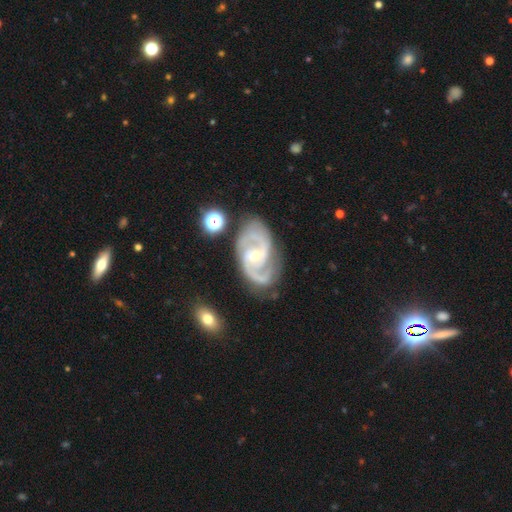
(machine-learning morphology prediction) Q: Smooth or featured?
A: featured or disk (92%); runner-up: star or artifact (4%)
Q: Edge-on disk?
A: no (97%); runner-up: yes (3%)
Q: Bar?
A: weak (46%); runner-up: no (37%)
Q: Spiral arms?
A: yes (98%); runner-up: no (2%)
Q: Spiral winding?
A: medium (58%); runner-up: tight (31%)
Q: Spiral arm count?
A: 2 (85%); runner-up: 3 (7%)
Q: Bulge size?
A: small (64%); runner-up: moderate (33%)
Q: Merging?
A: none (73%); runner-up: minor disturbance (18%)